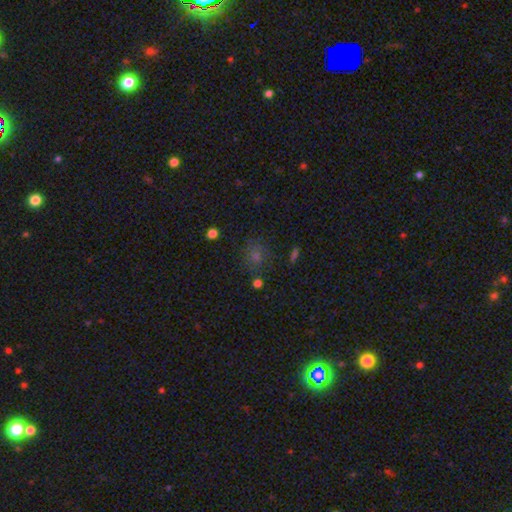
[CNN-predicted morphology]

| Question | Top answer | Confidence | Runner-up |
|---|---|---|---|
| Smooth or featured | smooth | 54% | star or artifact (35%) |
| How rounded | round | 76% | in between (23%) |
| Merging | none | 79% | minor disturbance (12%) |